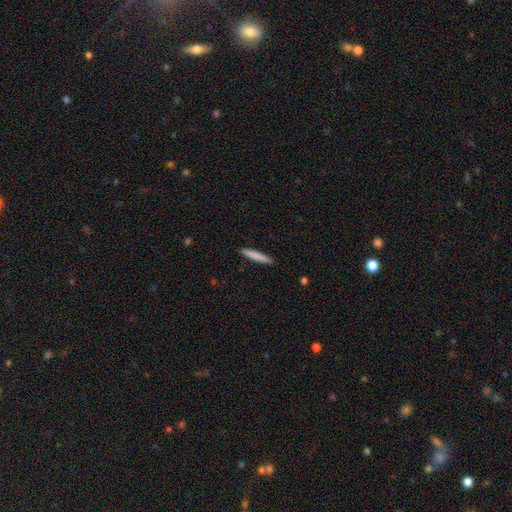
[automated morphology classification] smooth-or-featured: smooth: 82% | featured or disk: 12% | star or artifact: 6%
  how-rounded: cigar-shaped: 94% | in between: 5% | round: 1%
  merging: none: 91% | minor disturbance: 6% | major disturbance: 1% | merger: 1%